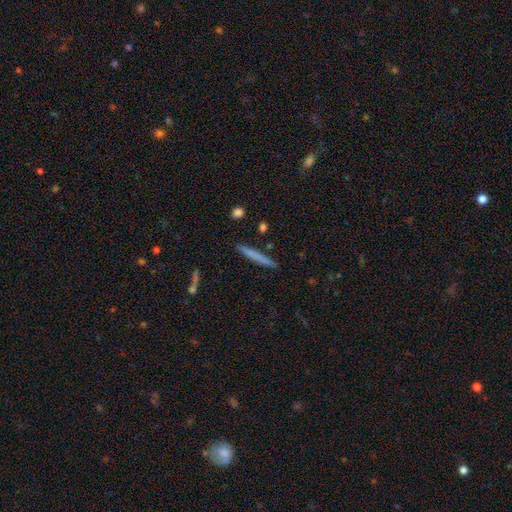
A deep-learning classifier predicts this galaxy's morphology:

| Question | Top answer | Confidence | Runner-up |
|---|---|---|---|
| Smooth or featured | smooth | 66% | featured or disk (28%) |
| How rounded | cigar-shaped | 96% | in between (2%) |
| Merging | none | 91% | minor disturbance (6%) |